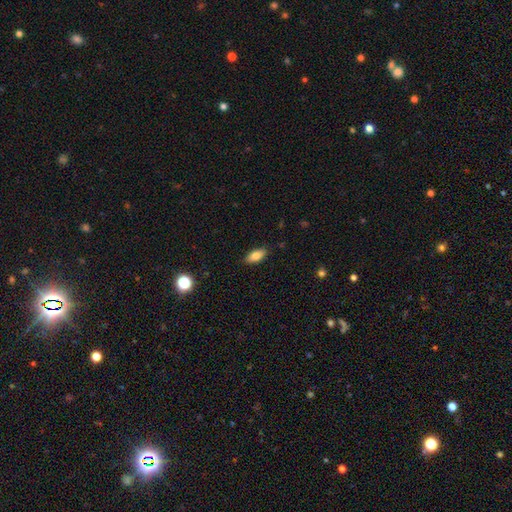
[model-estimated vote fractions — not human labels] smooth-or-featured: smooth: 81% | featured or disk: 11% | star or artifact: 8%
  how-rounded: in between: 87% | cigar-shaped: 9% | round: 3%
  merging: none: 87% | minor disturbance: 10% | major disturbance: 2% | merger: 1%